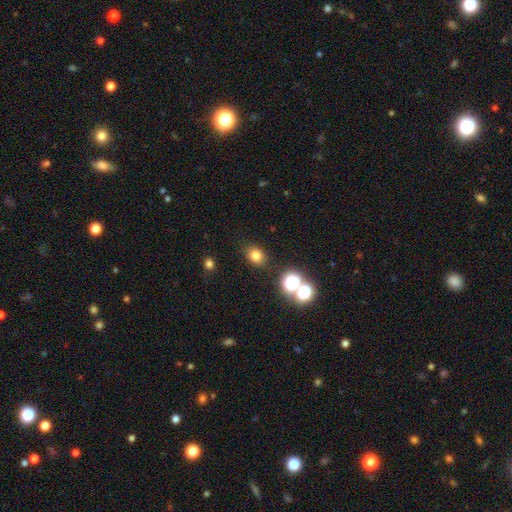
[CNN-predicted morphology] This is likely a smooth galaxy (77%). How rounded: possibly in between (50%). Merging: clearly none (83%).